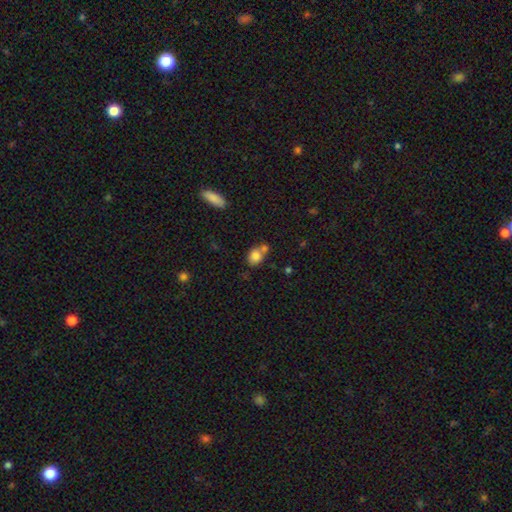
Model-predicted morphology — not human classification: This appears to be a smooth galaxy with no disk features (80%) that is in between round and cigar-shaped (53%). Merging: none (45%).